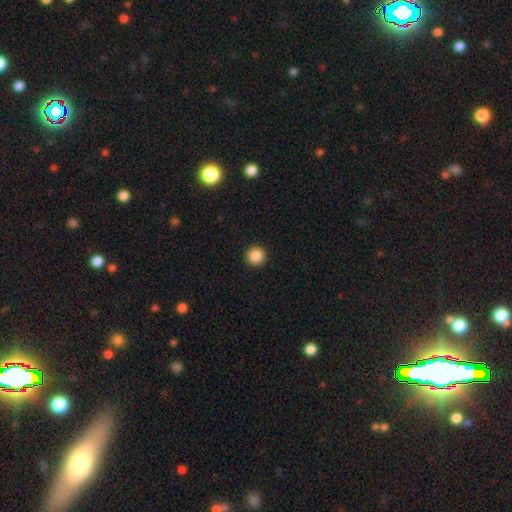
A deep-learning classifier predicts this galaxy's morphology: Q: Smooth or featured?
A: smooth (87%); runner-up: star or artifact (9%)
Q: How rounded?
A: round (96%); runner-up: in between (3%)
Q: Merging?
A: none (93%); runner-up: minor disturbance (4%)